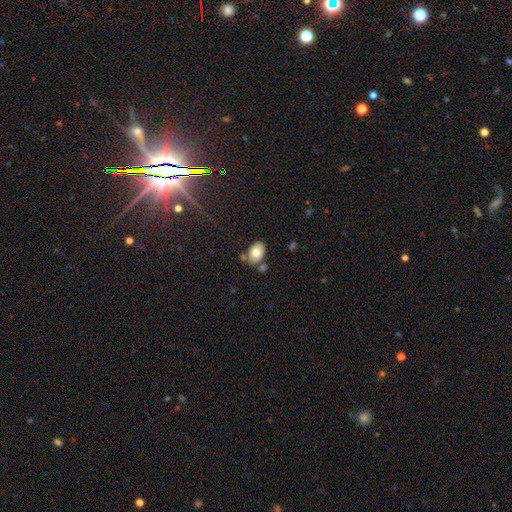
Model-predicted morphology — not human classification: Smooth or featured?
  - smooth: 77% *
  - featured or disk: 15%
  - star or artifact: 8%
How rounded?
  - in between: 85% *
  - round: 14%
  - cigar-shaped: 1%
Merging?
  - none: 69% *
  - minor disturbance: 15%
  - merger: 12%
  - major disturbance: 3%